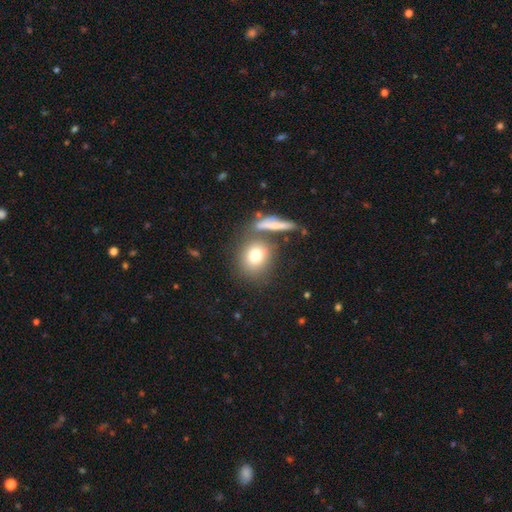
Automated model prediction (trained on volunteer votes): Smooth or featured? Predicted: smooth (p=0.76). How rounded? Predicted: round (p=0.70). Merging? Predicted: none (p=0.65).